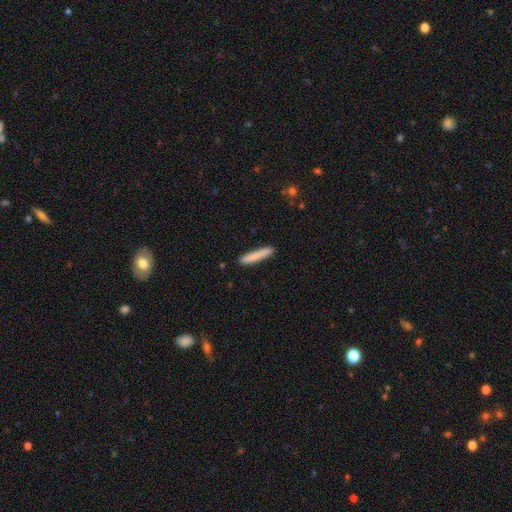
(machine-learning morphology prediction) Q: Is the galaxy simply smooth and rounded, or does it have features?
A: smooth — 83%.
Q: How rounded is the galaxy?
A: cigar-shaped — 94%.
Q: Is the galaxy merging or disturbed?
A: none — 90%.